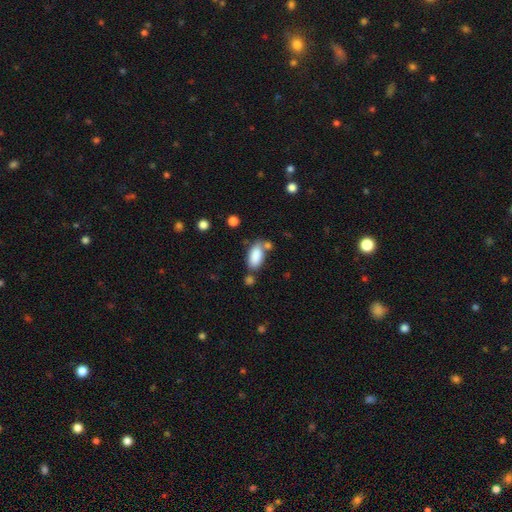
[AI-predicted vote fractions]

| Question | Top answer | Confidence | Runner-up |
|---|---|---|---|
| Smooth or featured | smooth | 86% | star or artifact (7%) |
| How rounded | in between | 92% | cigar-shaped (4%) |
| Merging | none | 59% | merger (19%) |